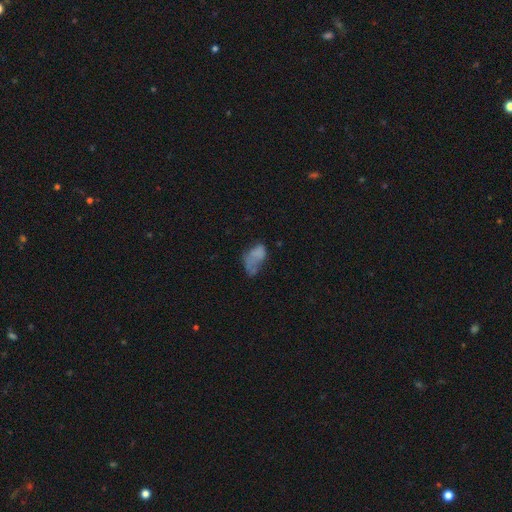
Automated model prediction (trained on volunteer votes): smooth 59%, featured or disk 28%, star or artifact 14%. Down the decision tree: how rounded — in between (89%); merging — major disturbance (34%).